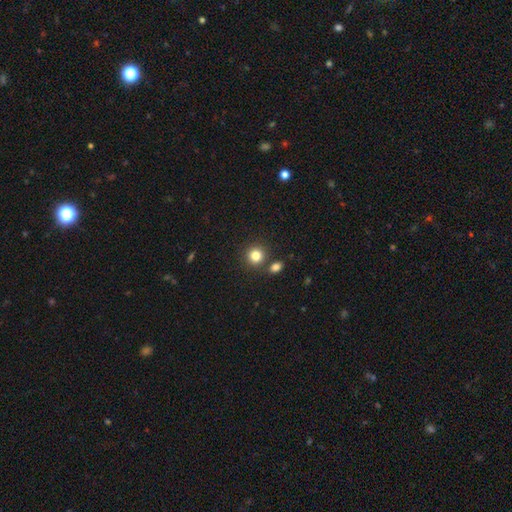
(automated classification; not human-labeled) A smooth galaxy with no disk features (82%) that is round (89%). Merging: none (79%).